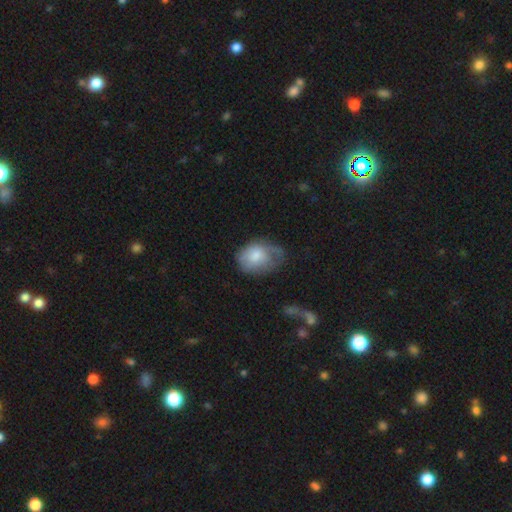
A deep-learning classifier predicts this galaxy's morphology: Q: Smooth or featured?
A: smooth (66%); runner-up: featured or disk (27%)
Q: How rounded?
A: in between (74%); runner-up: round (25%)
Q: Merging?
A: none (37%); runner-up: minor disturbance (35%)